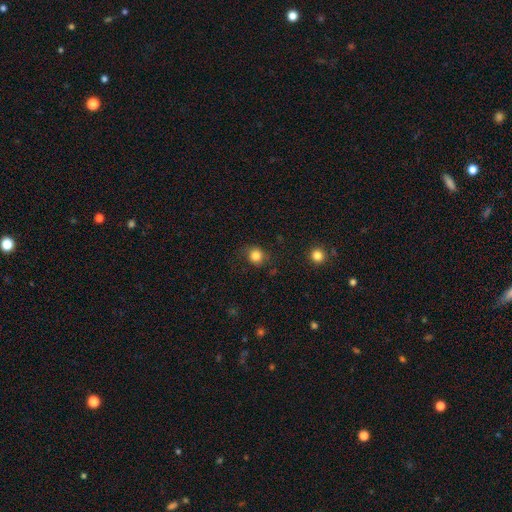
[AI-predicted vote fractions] A smooth galaxy with no disk features (83%) that is round (82%). Merging: none (78%).